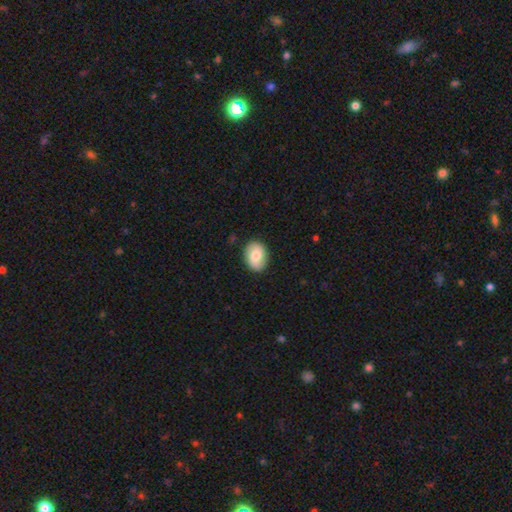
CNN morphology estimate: Q: Smooth or featured?
A: smooth (71%); runner-up: featured or disk (22%)
Q: How rounded?
A: in between (72%); runner-up: round (27%)
Q: Merging?
A: none (85%); runner-up: minor disturbance (12%)